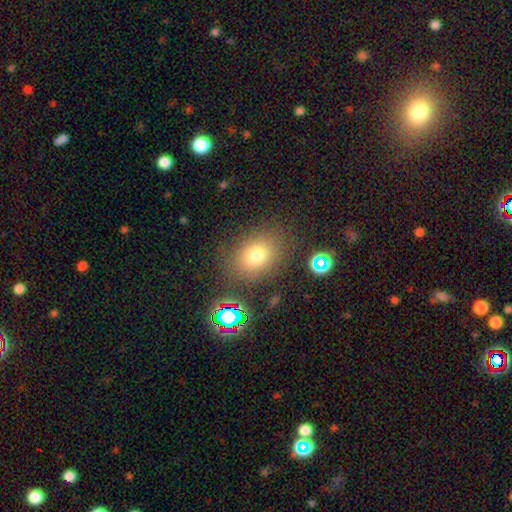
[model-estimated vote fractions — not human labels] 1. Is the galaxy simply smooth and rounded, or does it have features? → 74% smooth, 16% star or artifact, 10% featured or disk.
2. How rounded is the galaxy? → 58% in between, 41% round, 1% cigar-shaped.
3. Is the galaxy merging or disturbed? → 80% none, 12% minor disturbance, 5% major disturbance, 4% merger.